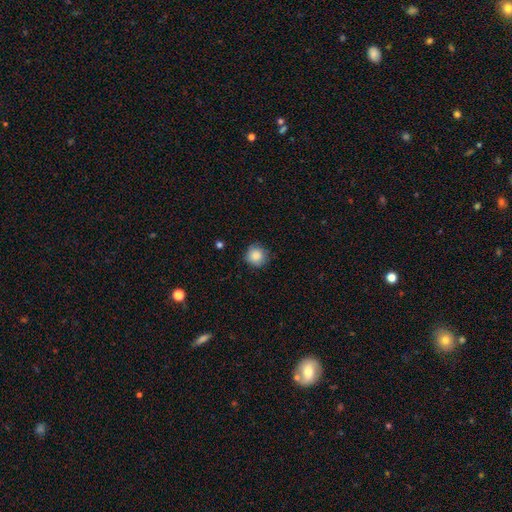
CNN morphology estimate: A smooth galaxy with no disk features (86%) that is round (93%).

Vote fractions:
- Smooth or featured? smooth: 86% / star or artifact: 9% / featured or disk: 5%
- How rounded? round: 93% / in between: 6% / cigar-shaped: 1%
- Merging? none: 83% / minor disturbance: 13% / major disturbance: 3% / merger: 1%